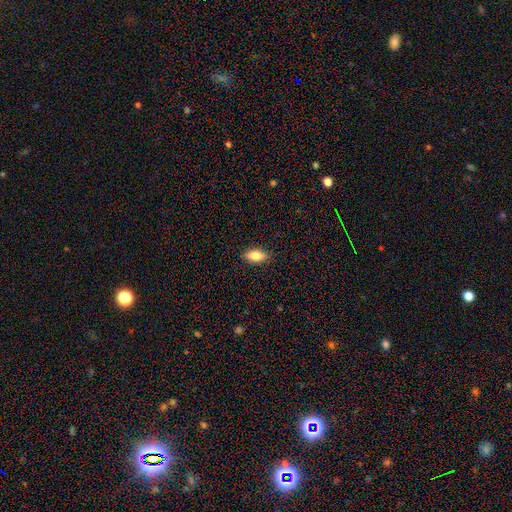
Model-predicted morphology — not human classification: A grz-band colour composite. It shows a smooth galaxy with no disk features (77%) that is in between round and cigar-shaped (85%). Merging: none (87%).